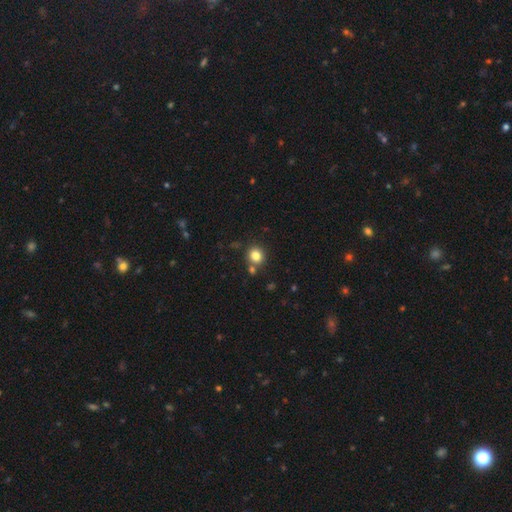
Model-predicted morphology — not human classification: Smooth or featured?
  - smooth: 82% *
  - star or artifact: 12%
  - featured or disk: 6%
How rounded?
  - round: 82% *
  - in between: 17%
  - cigar-shaped: 1%
Merging?
  - none: 76% *
  - merger: 12%
  - minor disturbance: 9%
  - major disturbance: 3%